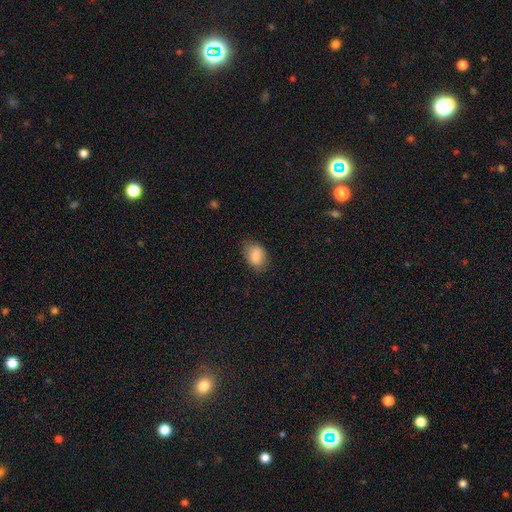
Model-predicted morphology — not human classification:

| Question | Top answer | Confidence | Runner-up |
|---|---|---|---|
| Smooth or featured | smooth | 87% | star or artifact (8%) |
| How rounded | in between | 78% | round (21%) |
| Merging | none | 74% | minor disturbance (21%) |